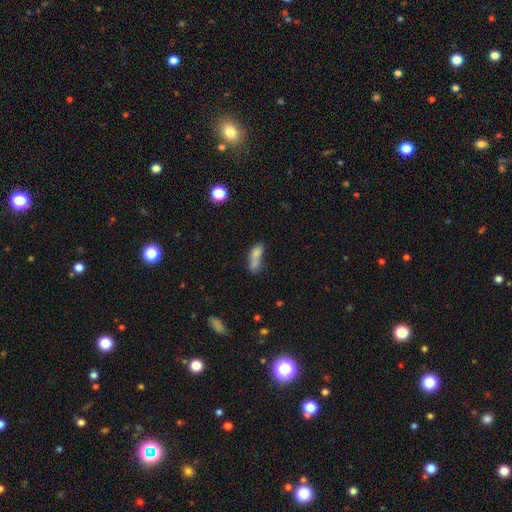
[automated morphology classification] Smooth or featured? Predicted: smooth (p=0.76). How rounded? Predicted: in between (p=0.64). Merging? Predicted: none (p=0.34, tied with merger).